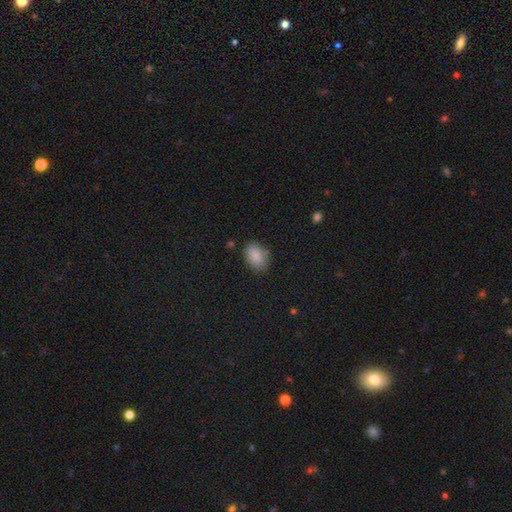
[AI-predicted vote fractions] This appears to be a smooth galaxy with no disk features (86%) that is in between round and cigar-shaped (81%). Merging: none (76%).